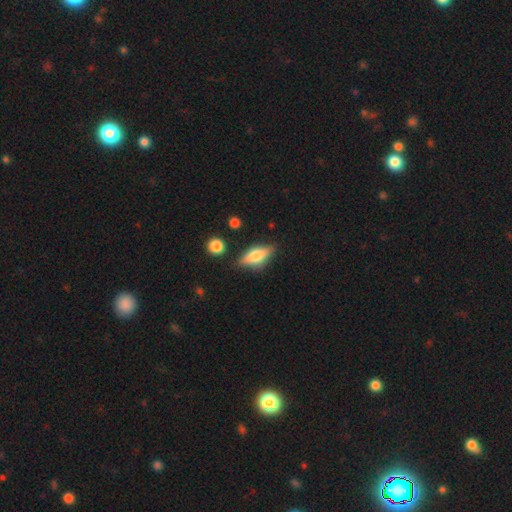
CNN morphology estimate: smooth 48%, featured or disk 45%, star or artifact 8%. Down the decision tree: merging — none (79%).